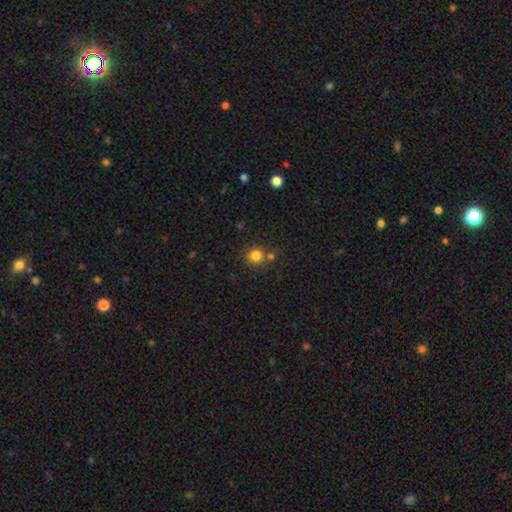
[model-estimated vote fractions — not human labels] Smooth or featured? Predicted: smooth (p=0.81). How rounded? Predicted: round (p=0.92). Merging? Predicted: none (p=0.73).